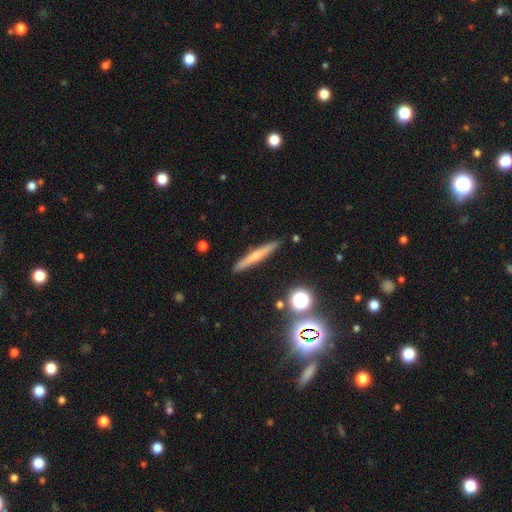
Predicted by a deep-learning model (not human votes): This is possibly a featured or disk galaxy (46%). Merging: clearly none (91%).